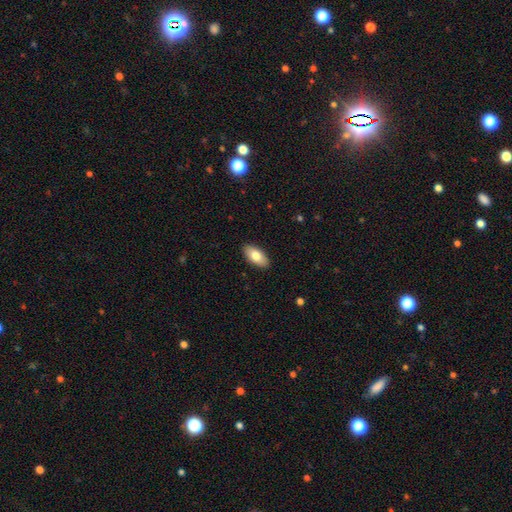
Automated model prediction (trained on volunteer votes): A smooth galaxy with no disk features (79%) that is in between round and cigar-shaped (92%). Merging: none (90%).